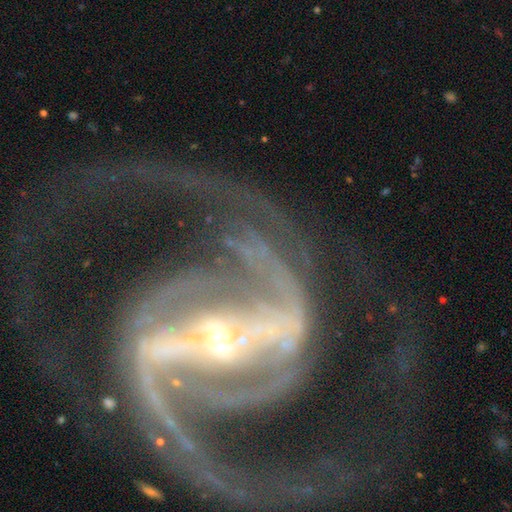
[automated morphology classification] Smooth or featured? Predicted: featured or disk (p=0.93). Edge-on disk? Predicted: no (p=0.98). Bar? Predicted: strong (p=0.82). Spiral arms? Predicted: yes (p=0.98). Spiral winding? Predicted: medium (p=0.58). Spiral arm count? Predicted: 2 (p=0.87). Bulge size? Predicted: small (p=0.74). Merging? Predicted: none (p=0.62).